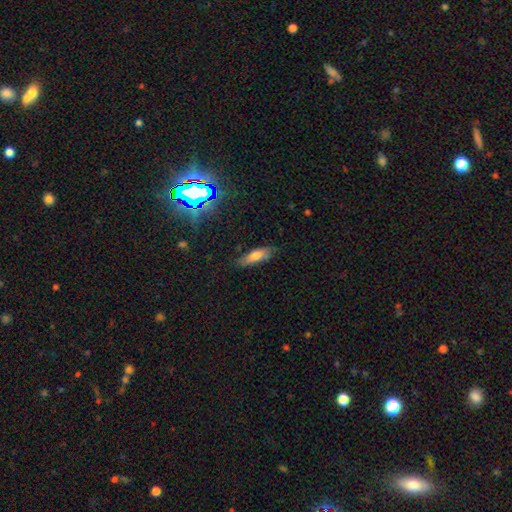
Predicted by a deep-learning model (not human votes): This appears to be a smooth galaxy with no disk features (70%) that is in between round and cigar-shaped (52%). Merging: none (79%).